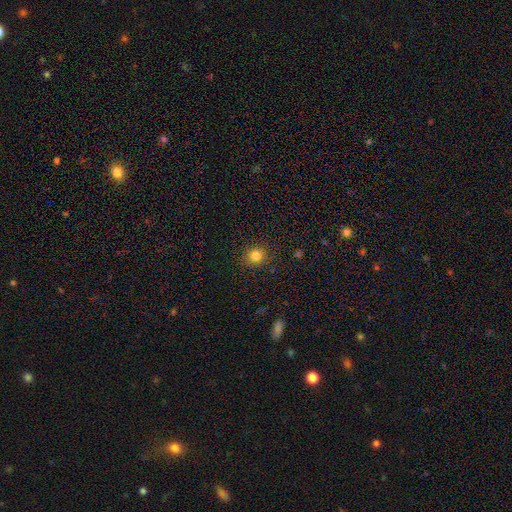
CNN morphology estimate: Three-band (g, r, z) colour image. It shows a smooth galaxy with no disk features (81%) that is round (90%). Merging: none (90%).